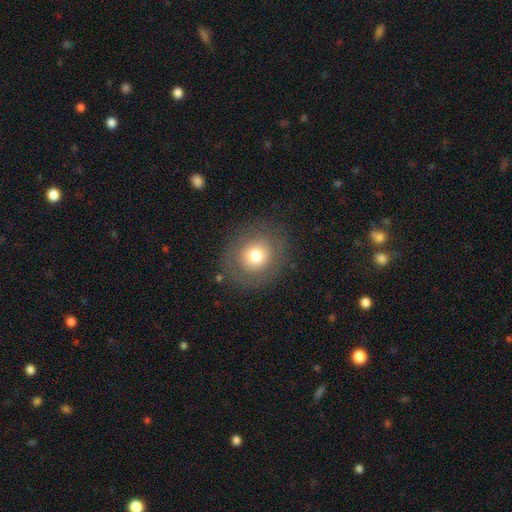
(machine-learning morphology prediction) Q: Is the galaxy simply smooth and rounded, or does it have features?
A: smooth — 70%.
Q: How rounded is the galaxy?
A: round — 84%.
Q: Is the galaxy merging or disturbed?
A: none — 83%.